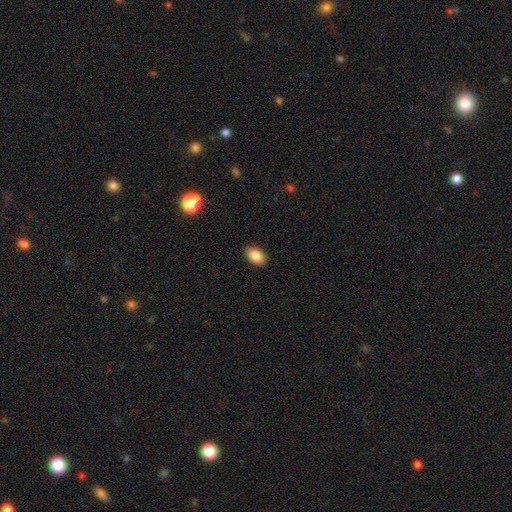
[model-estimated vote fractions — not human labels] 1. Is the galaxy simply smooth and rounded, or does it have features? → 87% smooth, 8% star or artifact, 5% featured or disk.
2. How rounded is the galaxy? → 90% in between, 9% round, 1% cigar-shaped.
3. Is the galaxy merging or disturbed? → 89% none, 8% minor disturbance, 2% major disturbance, 1% merger.